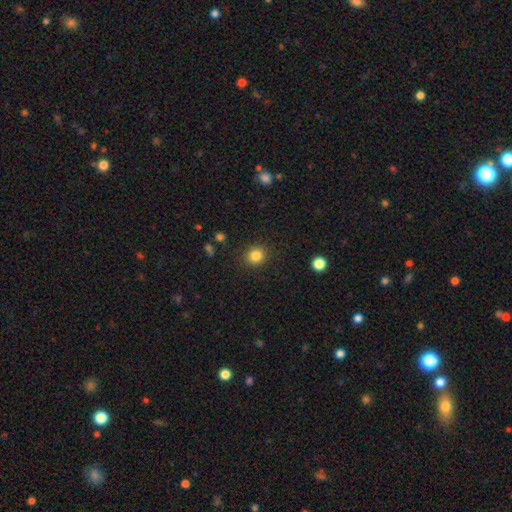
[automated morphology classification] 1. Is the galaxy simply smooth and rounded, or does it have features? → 84% smooth, 11% star or artifact, 5% featured or disk.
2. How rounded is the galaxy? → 87% round, 12% in between, 1% cigar-shaped.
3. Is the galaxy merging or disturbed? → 90% none, 7% minor disturbance, 2% major disturbance, 1% merger.